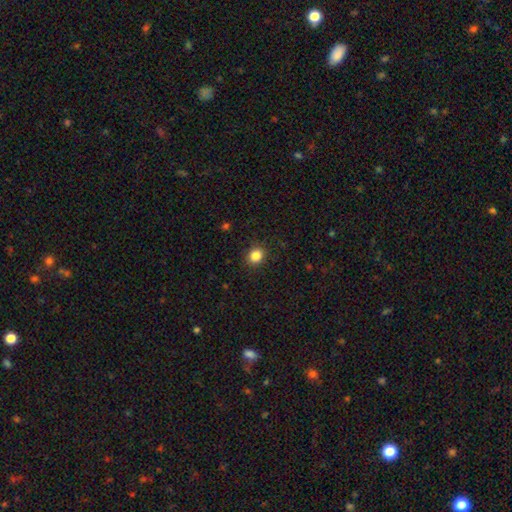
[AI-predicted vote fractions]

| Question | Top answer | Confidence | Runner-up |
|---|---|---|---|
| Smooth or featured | smooth | 85% | star or artifact (11%) |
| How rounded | round | 75% | in between (25%) |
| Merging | none | 89% | minor disturbance (8%) |